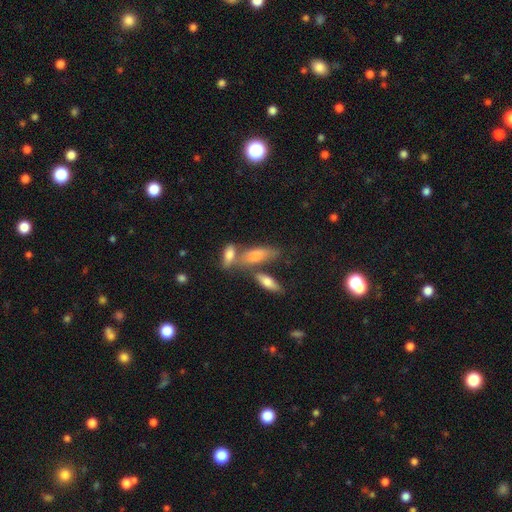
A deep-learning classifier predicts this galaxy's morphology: type=smooth (72%); roundness=in between (67%); merging=none (41%).